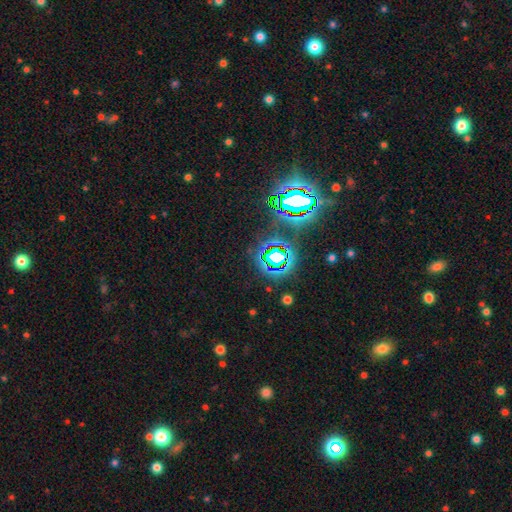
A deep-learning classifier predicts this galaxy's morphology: Smooth or featured?
  - star or artifact: 81% *
  - smooth: 12%
  - featured or disk: 7%